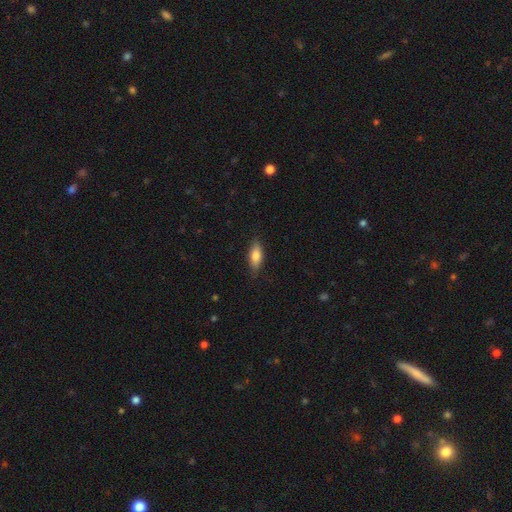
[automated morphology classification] This appears to be a smooth galaxy with no disk features (80%) that is in between round and cigar-shaped (75%). Merging: none (82%).